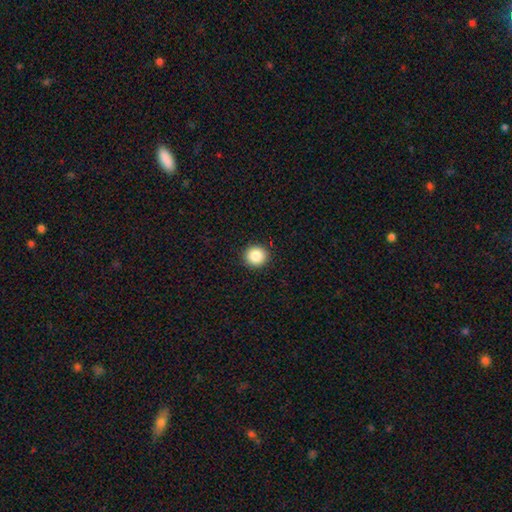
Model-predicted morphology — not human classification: Smooth or featured? smooth (87%)
How rounded? round (94%)
Merging? none (93%)